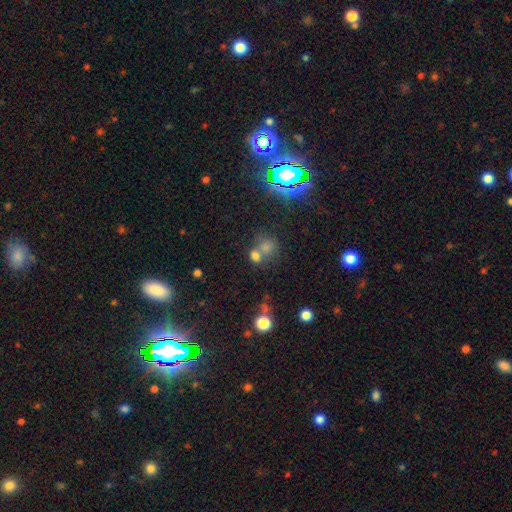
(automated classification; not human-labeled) Smooth or featured?
  - smooth: 67% *
  - star or artifact: 22%
  - featured or disk: 11%
How rounded?
  - round: 59% *
  - in between: 40%
  - cigar-shaped: 2%
Merging?
  - merger: 47% *
  - none: 39%
  - minor disturbance: 9%
  - major disturbance: 5%